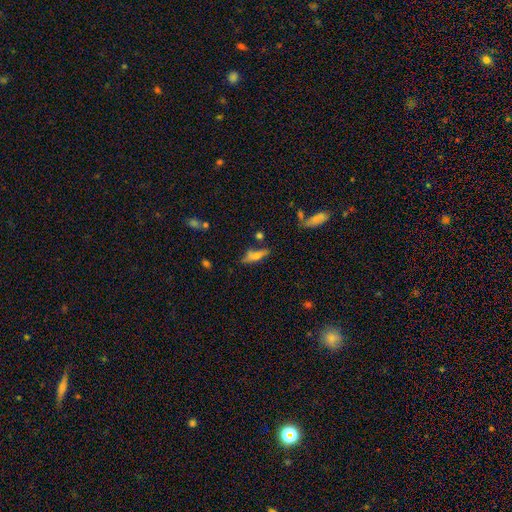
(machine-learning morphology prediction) A smooth galaxy with no disk features (49%).

Vote fractions:
- Smooth or featured? smooth: 49% / featured or disk: 41% / star or artifact: 10%
- Merging? none: 62% / minor disturbance: 20% / merger: 11% / major disturbance: 7%